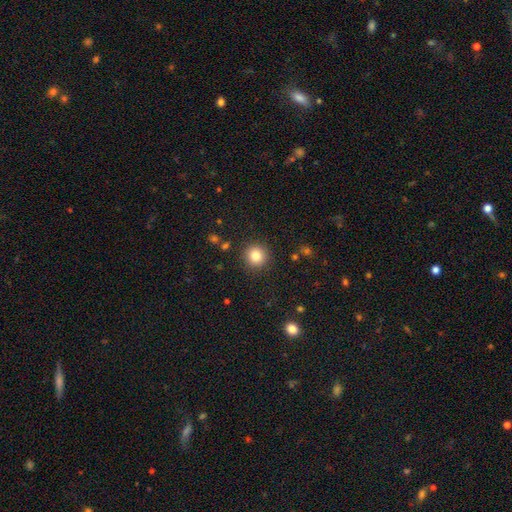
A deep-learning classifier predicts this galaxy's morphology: Q: Smooth or featured?
A: smooth (82%); runner-up: star or artifact (11%)
Q: How rounded?
A: round (93%); runner-up: in between (6%)
Q: Merging?
A: none (90%); runner-up: minor disturbance (6%)